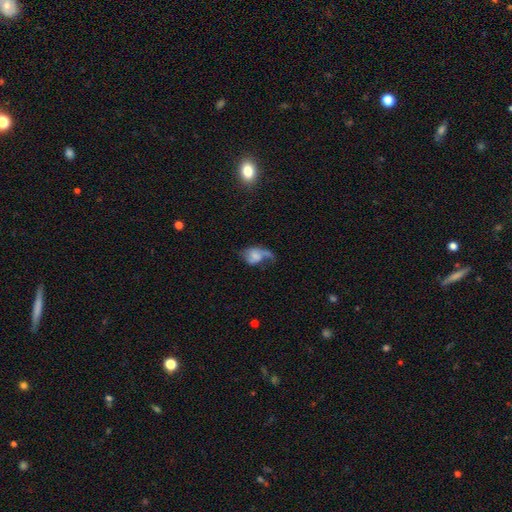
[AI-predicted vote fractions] Smooth or featured? featured or disk (50%)
Merging? major disturbance (45%)